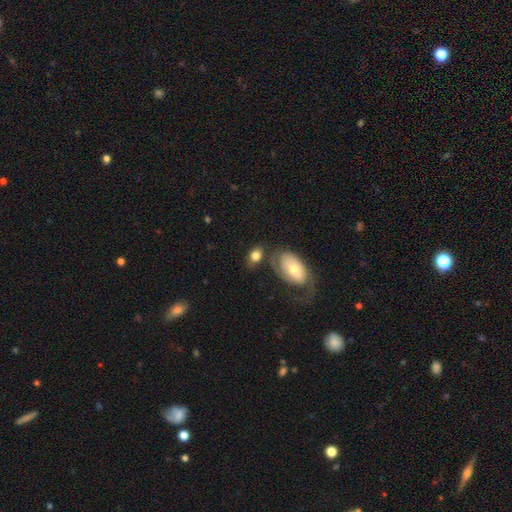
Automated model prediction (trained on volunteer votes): smooth_or_featured: smooth (p=0.75) [alt: featured or disk p=0.18]
how_rounded: in between (p=0.76) [alt: round p=0.22]
merging: none (p=0.51) [alt: minor disturbance p=0.19]